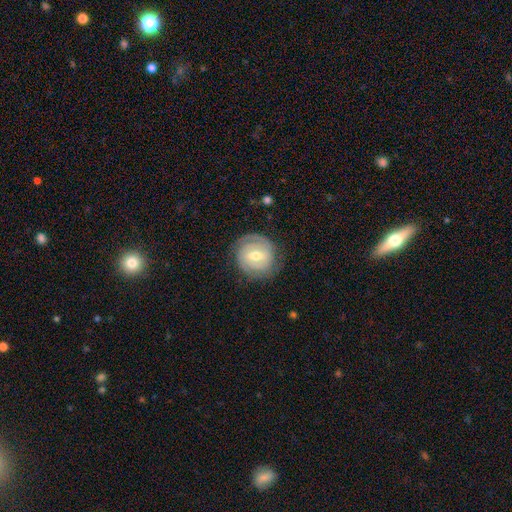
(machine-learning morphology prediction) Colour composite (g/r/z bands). It shows a featured or disk galaxy (74%) with a weak bar (55%), 2 (57%) tight (69%) spiral arms (88%) and a moderate central bulge (68%). Merging: none (79%).